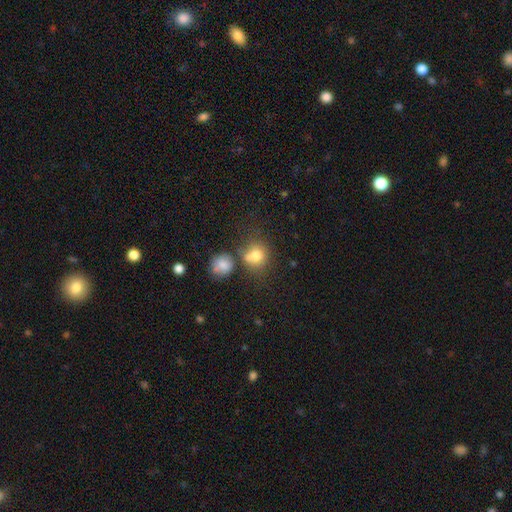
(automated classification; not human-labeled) The model was most divided on "merging": none: 50%, merger: 29%, minor disturbance: 14%, major disturbance: 7%. More confident: smooth or featured — smooth (77%); how rounded — round (73%).